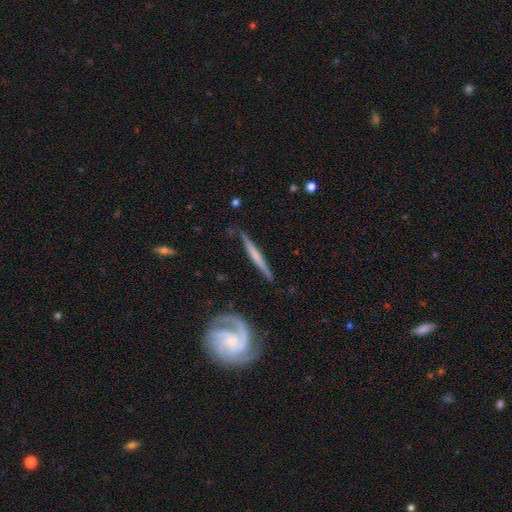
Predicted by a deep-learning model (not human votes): A featured or disk galaxy (65%) viewed edge-on (87%) with no central bulge (64%). Merging: none (83%).